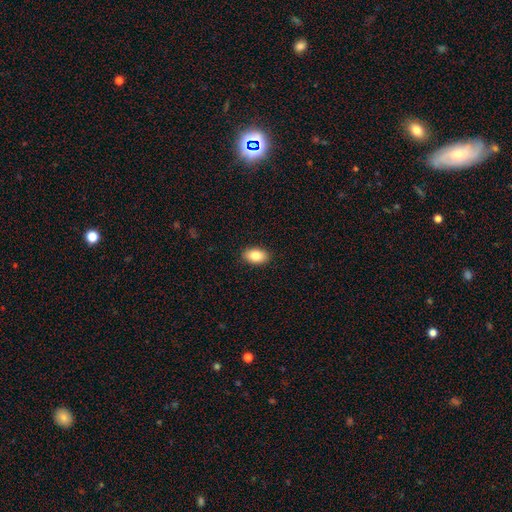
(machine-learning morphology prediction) Smooth or featured: smooth — 85% (star or artifact — 7%)
How rounded: in between — 91% (round — 8%)
Merging: none — 90% (minor disturbance — 8%)